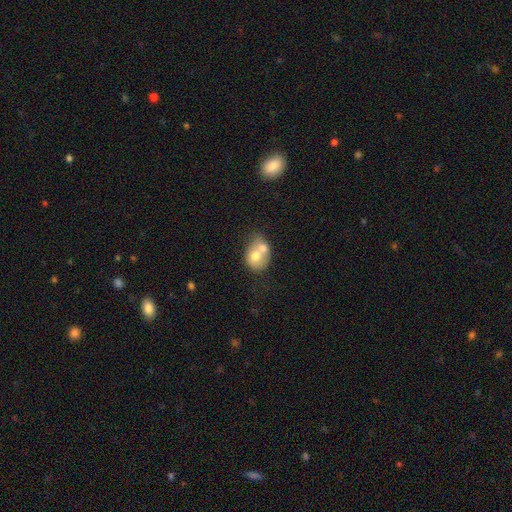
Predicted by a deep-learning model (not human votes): Morphology: type=smooth (64%); roundness=round (53%); merging=merger (69%).